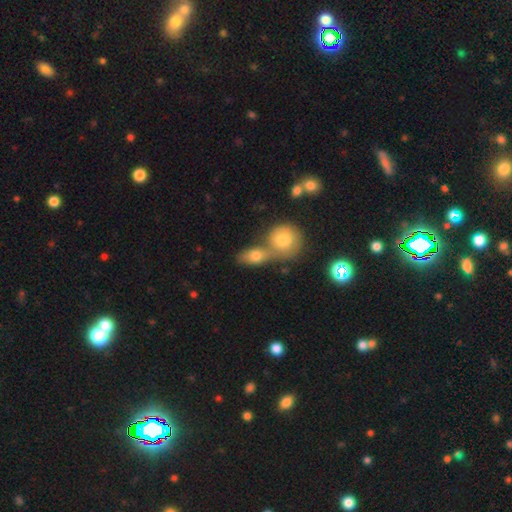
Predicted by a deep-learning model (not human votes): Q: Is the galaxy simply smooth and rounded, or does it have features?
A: smooth — 72%.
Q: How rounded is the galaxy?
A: in between — 69%.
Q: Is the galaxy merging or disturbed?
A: merger — 57%.